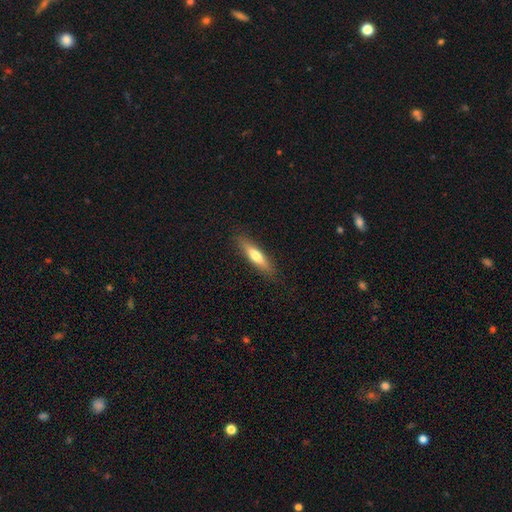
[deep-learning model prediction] Q: Smooth or featured?
A: smooth (60%); runner-up: featured or disk (34%)
Q: How rounded?
A: cigar-shaped (78%); runner-up: in between (21%)
Q: Merging?
A: none (88%); runner-up: minor disturbance (9%)